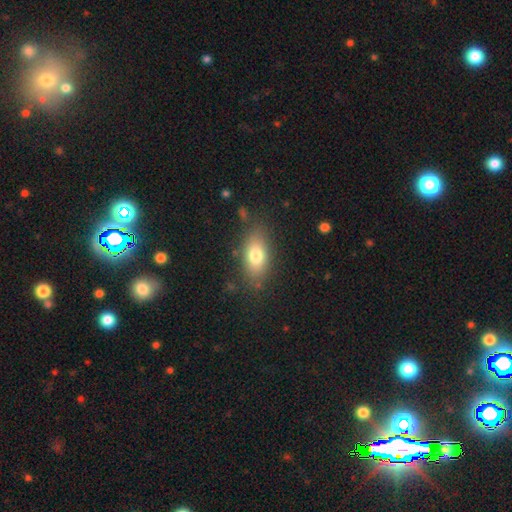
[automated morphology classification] Smooth or featured? Predicted: smooth (p=0.77). How rounded? Predicted: in between (p=0.85). Merging? Predicted: none (p=0.79).